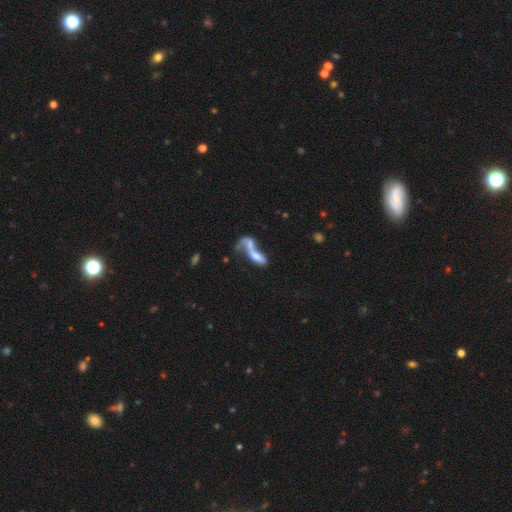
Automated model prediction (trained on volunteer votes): Smooth or featured: smooth — 47% (featured or disk — 42%)
Merging: merger — 58% (major disturbance — 18%)